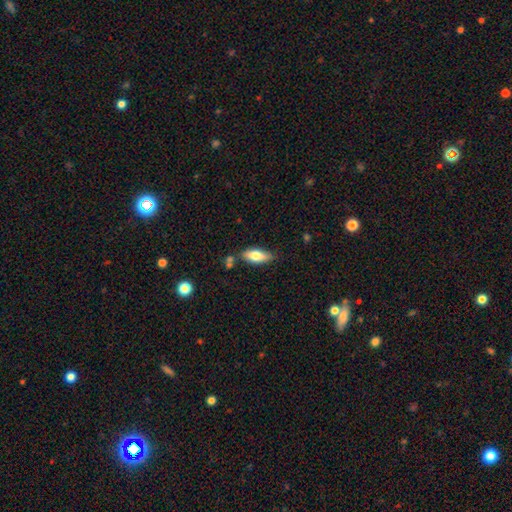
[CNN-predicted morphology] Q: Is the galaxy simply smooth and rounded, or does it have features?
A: smooth — 70%.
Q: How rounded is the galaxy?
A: in between — 75%.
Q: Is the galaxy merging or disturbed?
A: none — 73%.